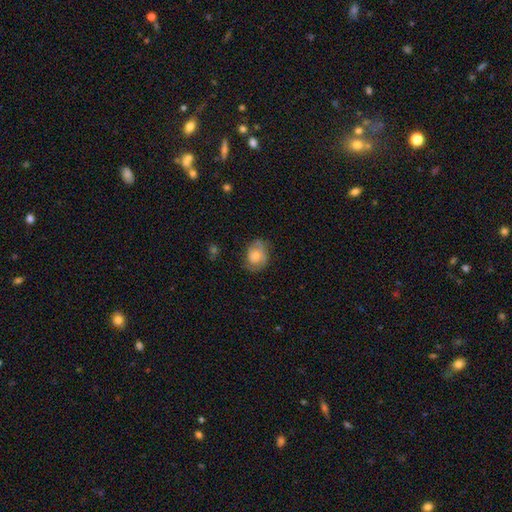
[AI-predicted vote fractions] Smooth or featured?
  - smooth: 54% *
  - featured or disk: 38%
  - star or artifact: 8%
How rounded?
  - in between: 53% *
  - round: 46%
  - cigar-shaped: 1%
Merging?
  - none: 64% *
  - minor disturbance: 26%
  - major disturbance: 9%
  - merger: 2%